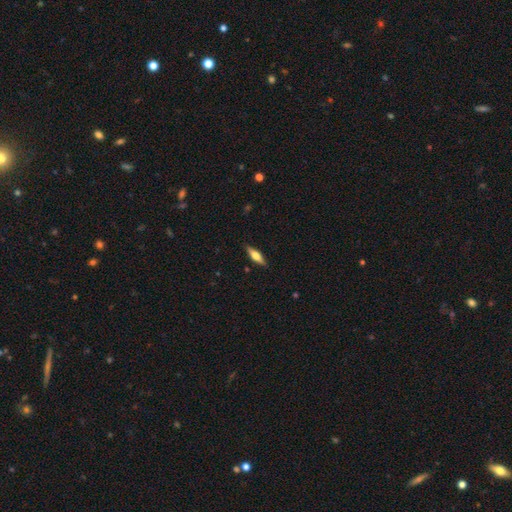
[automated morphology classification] A smooth galaxy with no disk features (51%) that is cigar-shaped (56%). Merging: none (87%).